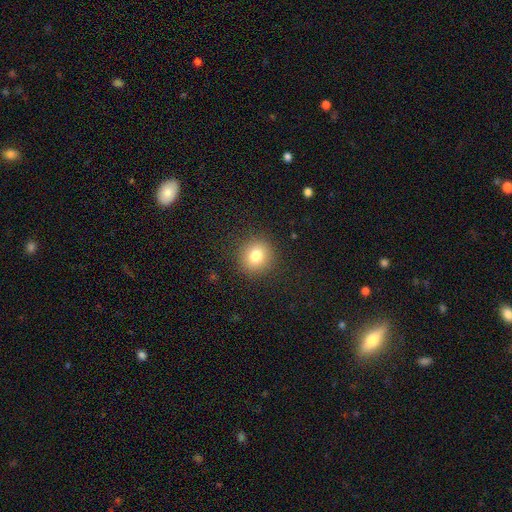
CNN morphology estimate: type=smooth (79%); roundness=round (89%); merging=none (90%).